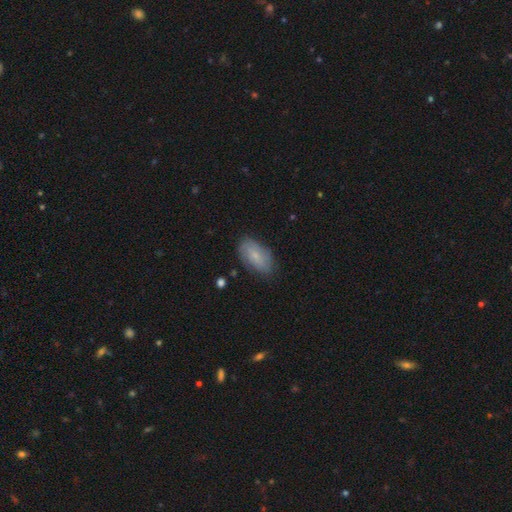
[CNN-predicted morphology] smooth-or-featured: smooth: 67% | featured or disk: 26% | star or artifact: 7%
  how-rounded: in between: 92% | round: 4% | cigar-shaped: 4%
  merging: none: 77% | minor disturbance: 18% | major disturbance: 4% | merger: 1%